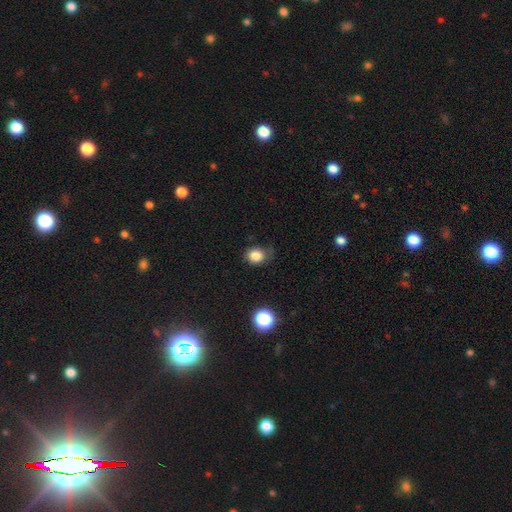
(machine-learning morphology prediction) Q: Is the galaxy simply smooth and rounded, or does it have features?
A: smooth — 83%.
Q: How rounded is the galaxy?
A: round — 68%.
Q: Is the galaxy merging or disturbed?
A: none — 59%.